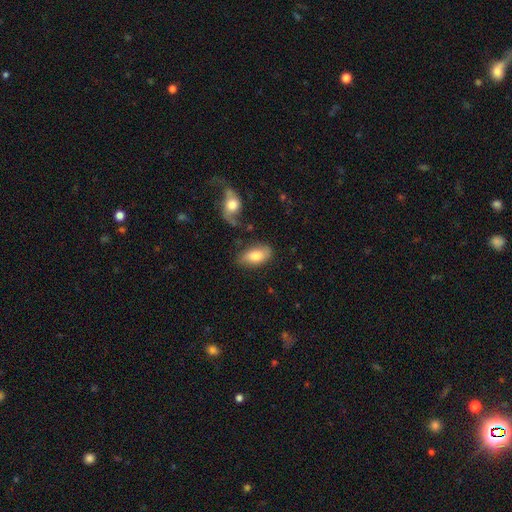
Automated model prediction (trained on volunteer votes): A smooth galaxy with no disk features (77%) that is in between round and cigar-shaped (92%).

Vote fractions:
- Smooth or featured? smooth: 77% / featured or disk: 17% / star or artifact: 6%
- How rounded? in between: 92% / cigar-shaped: 4% / round: 4%
- Merging? none: 70% / minor disturbance: 19% / merger: 6% / major disturbance: 5%